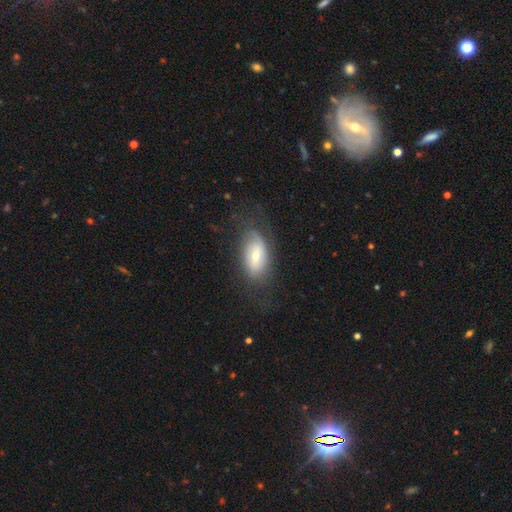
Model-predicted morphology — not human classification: Smooth or featured? smooth (51%)
How rounded? in between (91%)
Merging? none (66%)